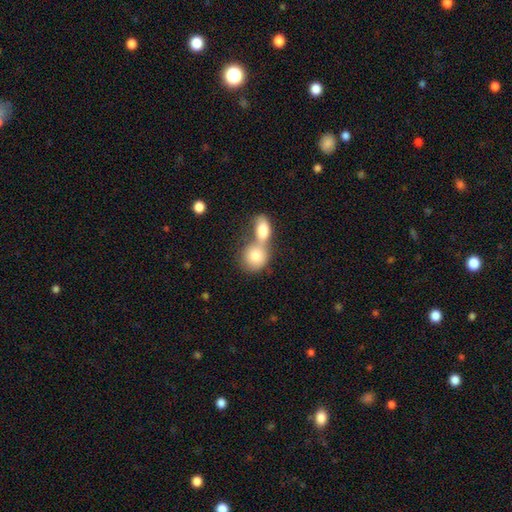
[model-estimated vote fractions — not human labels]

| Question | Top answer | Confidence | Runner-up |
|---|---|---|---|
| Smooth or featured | smooth | 79% | featured or disk (14%) |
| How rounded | round | 67% | in between (31%) |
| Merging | merger | 66% | none (24%) |